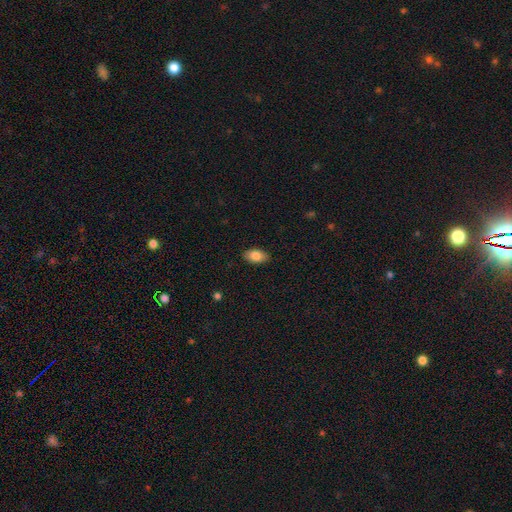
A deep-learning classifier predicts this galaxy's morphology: Smooth or featured: smooth — 83% (featured or disk — 10%)
How rounded: in between — 92% (round — 5%)
Merging: none — 88% (minor disturbance — 9%)